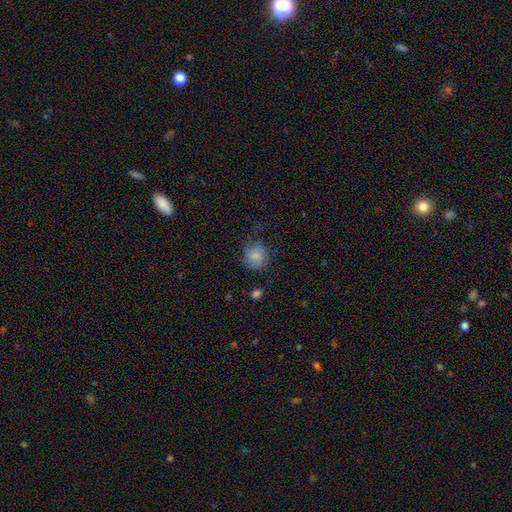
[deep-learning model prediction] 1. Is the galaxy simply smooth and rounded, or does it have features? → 74% smooth, 18% featured or disk, 8% star or artifact.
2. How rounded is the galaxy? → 76% round, 23% in between, 1% cigar-shaped.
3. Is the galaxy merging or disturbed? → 55% none, 27% minor disturbance, 16% major disturbance, 2% merger.